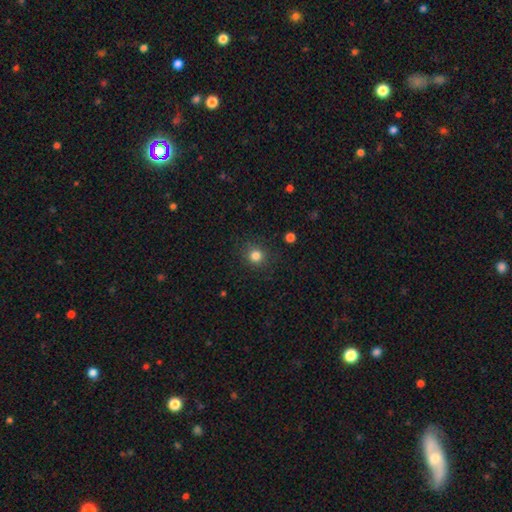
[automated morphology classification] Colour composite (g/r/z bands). It shows a smooth galaxy with no disk features (82%) that is round (91%). Merging: none (88%).